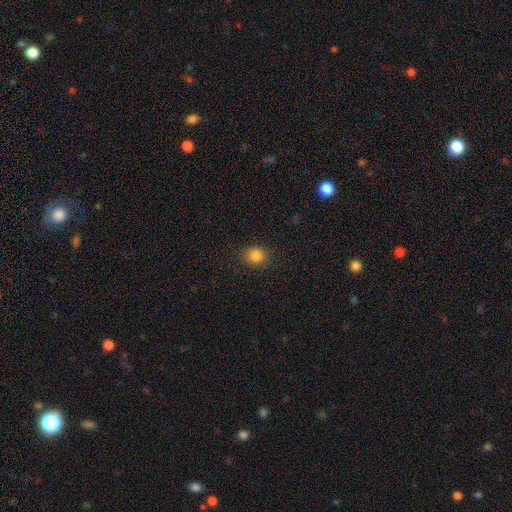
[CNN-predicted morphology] Overall: smooth (84%). How rounded: round (75%). Merging: none (88%).